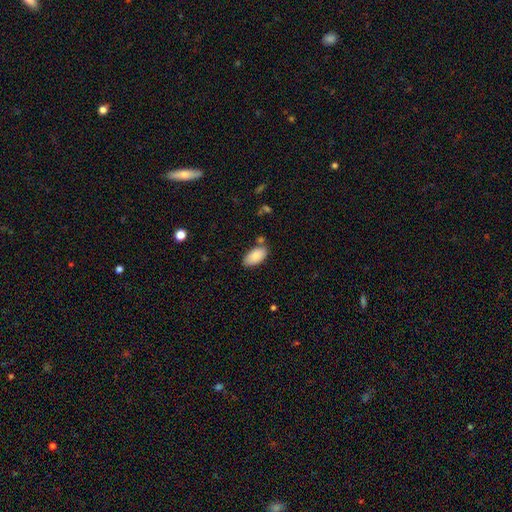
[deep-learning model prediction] Smooth or featured?
  - smooth: 87% *
  - featured or disk: 7%
  - star or artifact: 6%
How rounded?
  - in between: 95% *
  - cigar-shaped: 3%
  - round: 2%
Merging?
  - none: 75% *
  - minor disturbance: 15%
  - merger: 7%
  - major disturbance: 3%